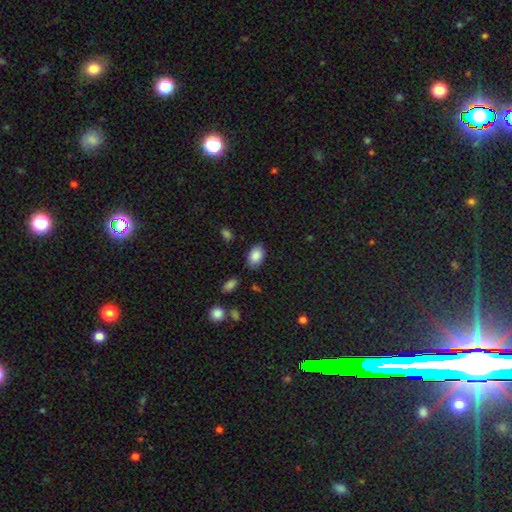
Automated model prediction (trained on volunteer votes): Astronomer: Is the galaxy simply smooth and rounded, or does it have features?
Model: smooth — 87%.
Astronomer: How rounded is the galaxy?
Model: in between — 89%.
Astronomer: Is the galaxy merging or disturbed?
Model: none — 83%.